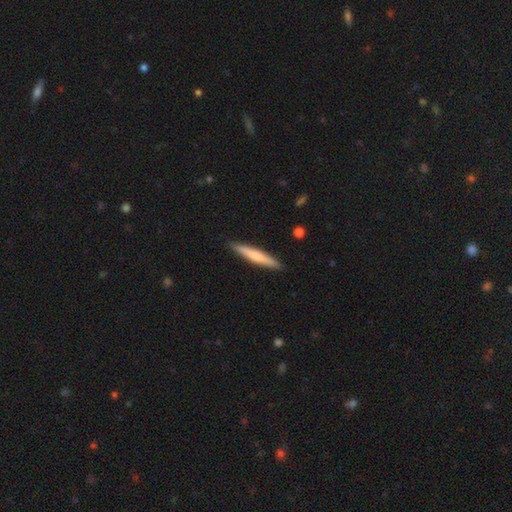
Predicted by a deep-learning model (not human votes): This is likely a smooth galaxy (64%). How rounded: clearly cigar-shaped (94%). Merging: clearly none (90%).